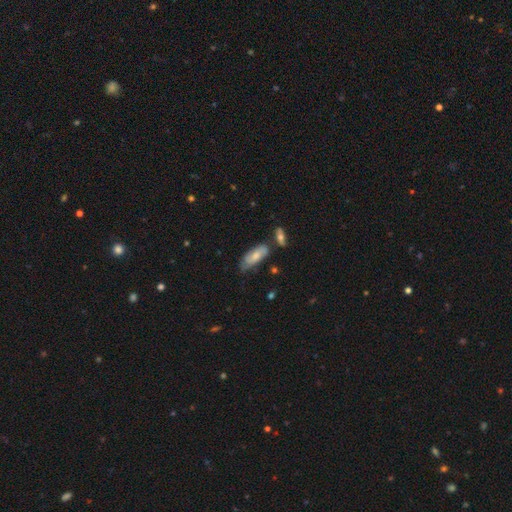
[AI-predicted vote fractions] smooth-or-featured: smooth: 63% | featured or disk: 31% | star or artifact: 7%
  how-rounded: in between: 76% | cigar-shaped: 22% | round: 2%
  merging: none: 54% | minor disturbance: 29% | merger: 10% | major disturbance: 7%